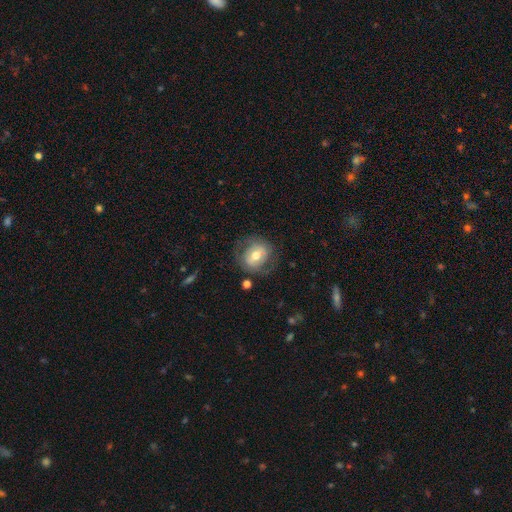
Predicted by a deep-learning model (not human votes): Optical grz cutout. It shows a featured or disk galaxy (46%, tied with smooth). Merging: none (67%).